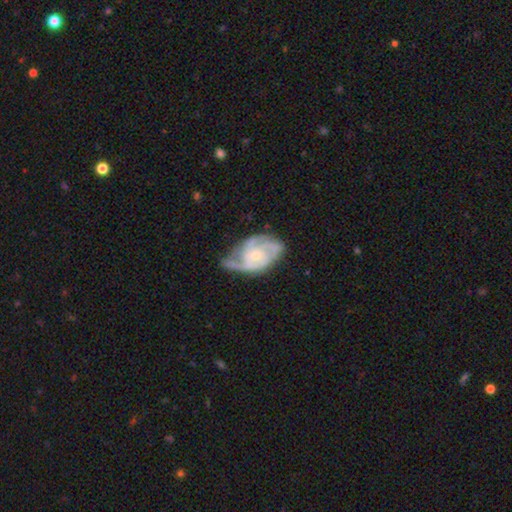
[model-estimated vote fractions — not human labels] smooth-or-featured: featured or disk: 85% | smooth: 10% | star or artifact: 5%
  disk-edge-on: no: 97% | yes: 3%
    bar: no: 69% | weak: 26% | strong: 5%
    has-spiral-arms: yes: 95% | no: 5%
      spiral-winding: medium: 44% (tied) | tight: 44% (tied) | loose: 12%
      spiral-arm-count: 3: 36% | 2: 34% | can't tell: 16% | 4: 6% | 1: 4% | more than 4: 4%
    bulge-size: small: 61% | moderate: 34% | none: 2% | large: 2% | dominant: 1%
  merging: none: 52% | minor disturbance: 31% | major disturbance: 15% | merger: 2%